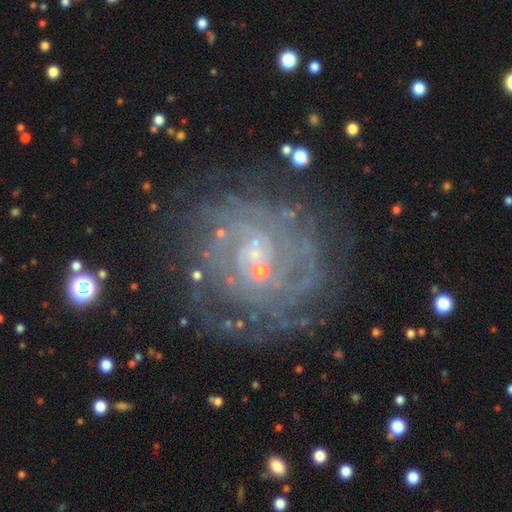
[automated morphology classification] This is likely a featured or disk galaxy (79%). It is clearly not viewed edge-on (97%). Bar: possibly no (53%). Spiral arm pattern: clearly yes (81%). Spiral arm count: possibly can't tell (51%). Spiral winding: likely tight (70%). Central bulge: likely small (75%). Merging: likely none (72%).